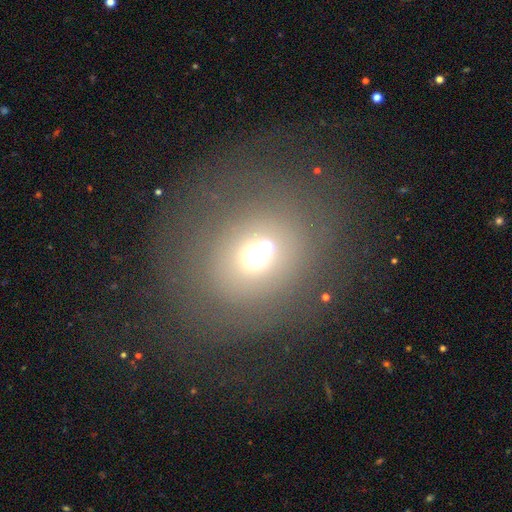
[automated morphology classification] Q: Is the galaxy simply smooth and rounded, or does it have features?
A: smooth — 58%.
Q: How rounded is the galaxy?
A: round — 81%.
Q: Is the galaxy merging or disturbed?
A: none — 59%.